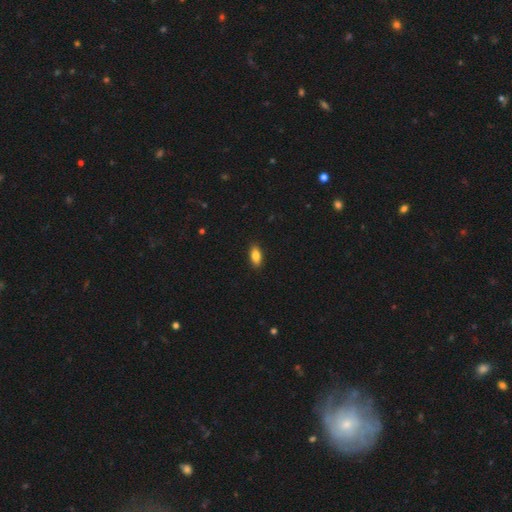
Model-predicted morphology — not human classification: The model was most divided on "how rounded": in between: 87%, cigar-shaped: 10%, round: 3%. More confident: merging — none (89%); smooth or featured — smooth (85%).